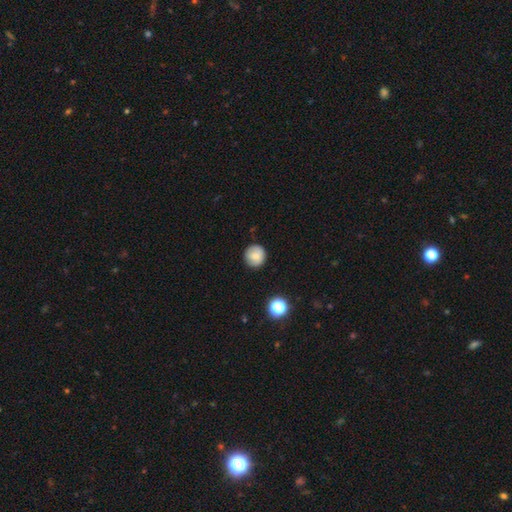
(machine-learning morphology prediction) Q: Smooth or featured?
A: smooth (76%); runner-up: featured or disk (15%)
Q: How rounded?
A: round (94%); runner-up: in between (5%)
Q: Merging?
A: none (87%); runner-up: minor disturbance (10%)